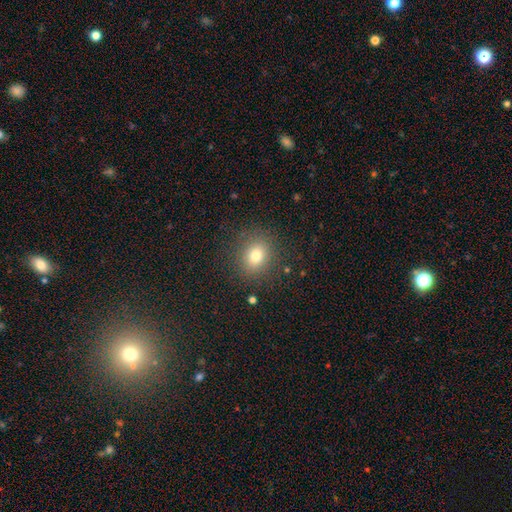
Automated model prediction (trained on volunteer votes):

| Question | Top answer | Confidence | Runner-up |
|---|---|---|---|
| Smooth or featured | smooth | 77% | star or artifact (14%) |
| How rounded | round | 63% | in between (36%) |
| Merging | none | 87% | minor disturbance (8%) |